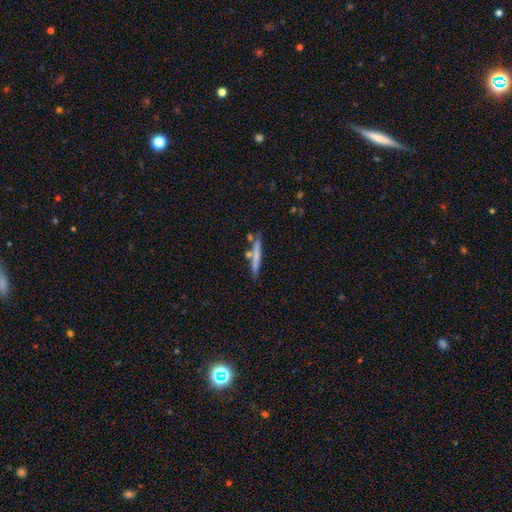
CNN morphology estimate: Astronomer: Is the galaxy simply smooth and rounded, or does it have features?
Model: smooth — 64%.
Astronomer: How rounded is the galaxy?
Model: cigar-shaped — 94%.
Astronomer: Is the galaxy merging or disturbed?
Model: none — 74%.